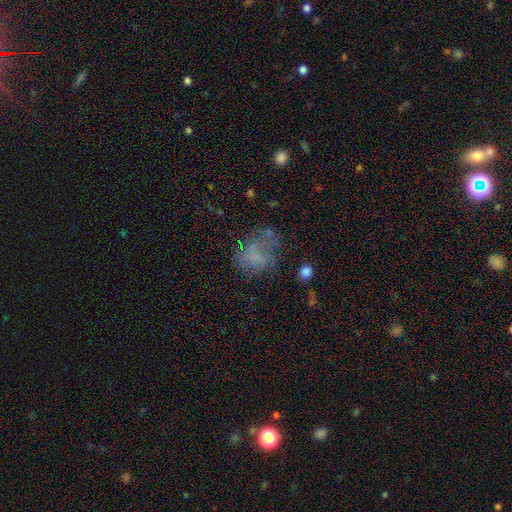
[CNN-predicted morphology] A smooth galaxy with no disk features (52%) that is in between round and cigar-shaped (53%).

Vote fractions:
- Smooth or featured? smooth: 52% / featured or disk: 30% / star or artifact: 18%
- How rounded? in between: 53% / round: 46% / cigar-shaped: 1%
- Merging? none: 43% / major disturbance: 29% / minor disturbance: 23% / merger: 6%